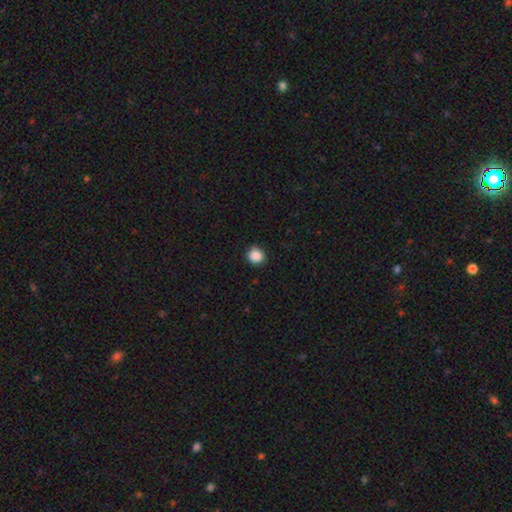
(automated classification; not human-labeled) Smooth or featured? smooth (88%)
How rounded? round (83%)
Merging? none (86%)